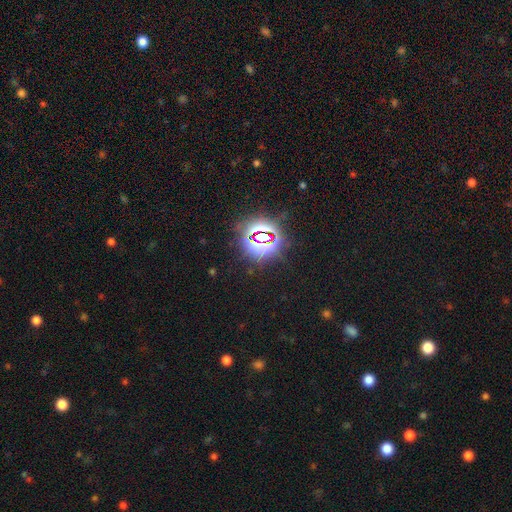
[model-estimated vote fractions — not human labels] Morphology: type=star or artifact (83%).